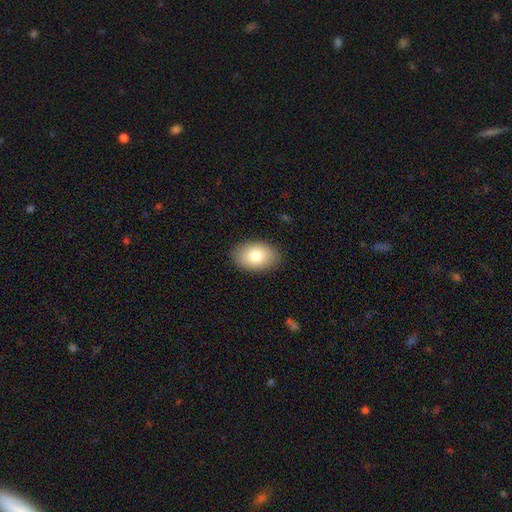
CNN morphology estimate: This appears to be a smooth galaxy with no disk features (80%) that is in between round and cigar-shaped (89%). Merging: none (88%).